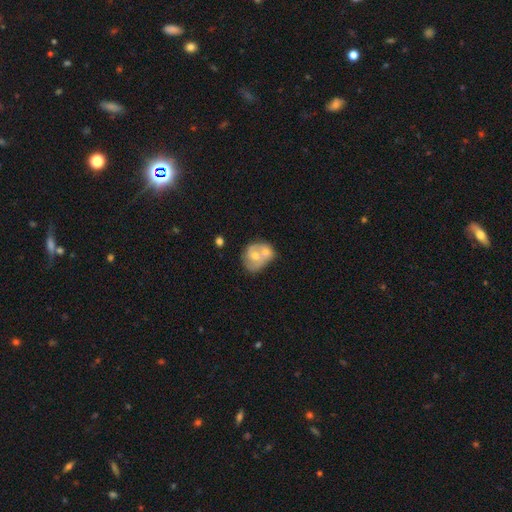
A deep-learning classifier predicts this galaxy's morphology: This appears to be a featured or disk galaxy (50%). Merging: merger (60%).